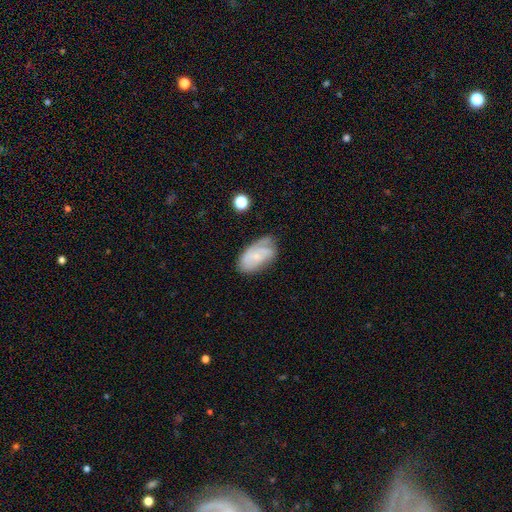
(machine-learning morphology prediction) This is possibly a featured or disk galaxy (48%). Merging: possibly none (51%).